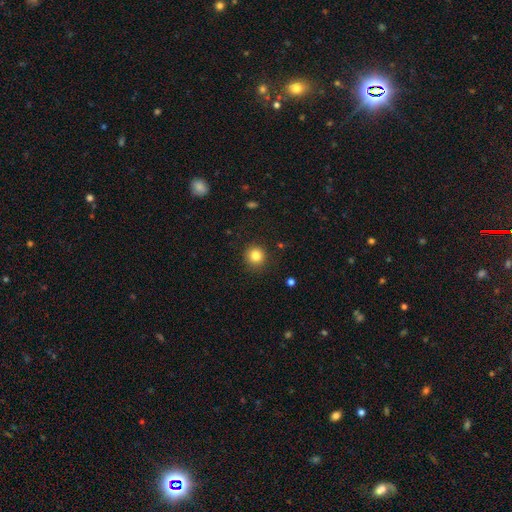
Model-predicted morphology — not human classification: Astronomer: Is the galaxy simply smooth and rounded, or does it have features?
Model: smooth — 83%.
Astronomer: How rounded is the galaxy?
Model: round — 93%.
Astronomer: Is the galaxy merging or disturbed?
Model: none — 90%.